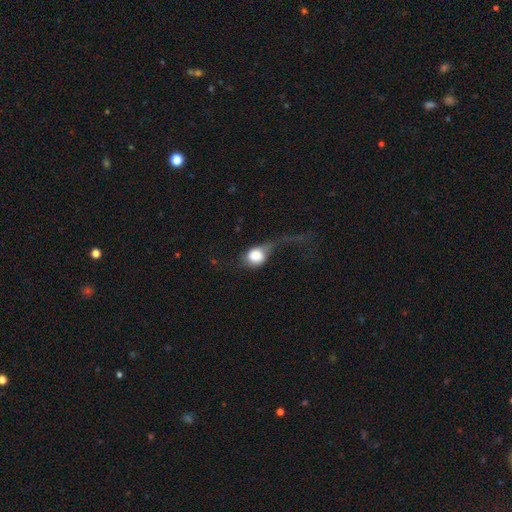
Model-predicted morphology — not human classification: This is likely a smooth galaxy (71%). How rounded: likely round (62%). Merging: possibly major disturbance (56%).